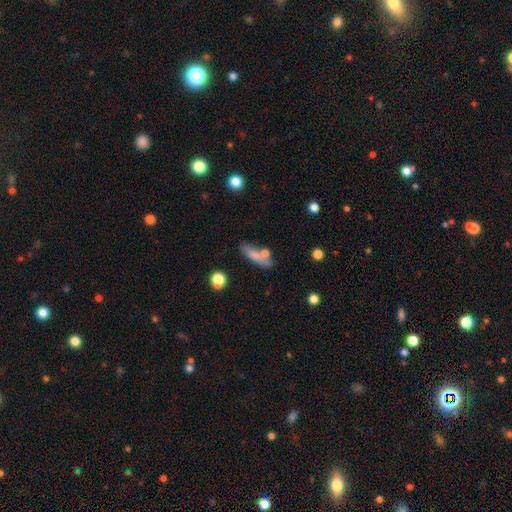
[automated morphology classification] Smooth or featured? Predicted: smooth (p=0.71). How rounded? Predicted: in between (p=0.51). Merging? Predicted: none (p=0.57).